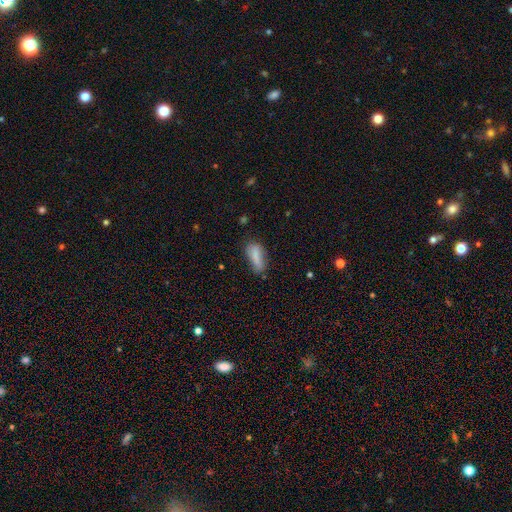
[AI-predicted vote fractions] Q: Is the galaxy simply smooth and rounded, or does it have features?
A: smooth — 80%.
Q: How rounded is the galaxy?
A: in between — 66%.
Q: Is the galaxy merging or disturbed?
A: none — 61%.